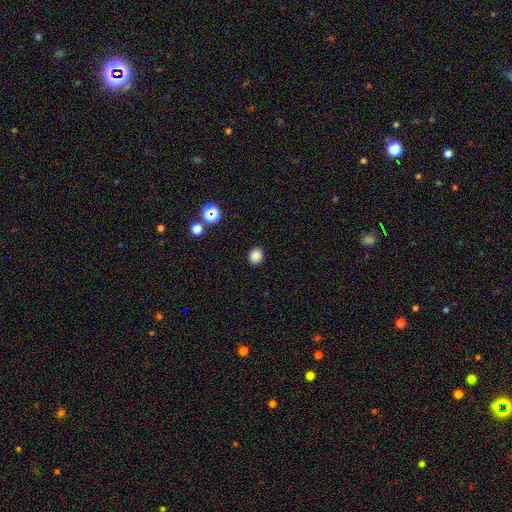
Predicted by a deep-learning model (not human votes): This is clearly a smooth galaxy (84%). How rounded: likely round (76%). Merging: clearly none (90%).